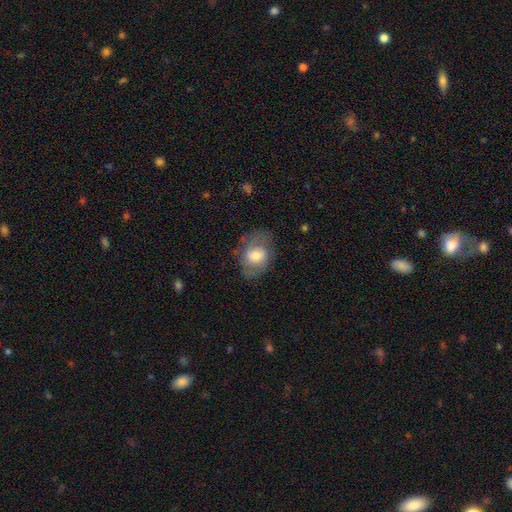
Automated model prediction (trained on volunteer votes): This is likely a smooth galaxy (62%). How rounded: likely in between (64%). Merging: likely none (63%).